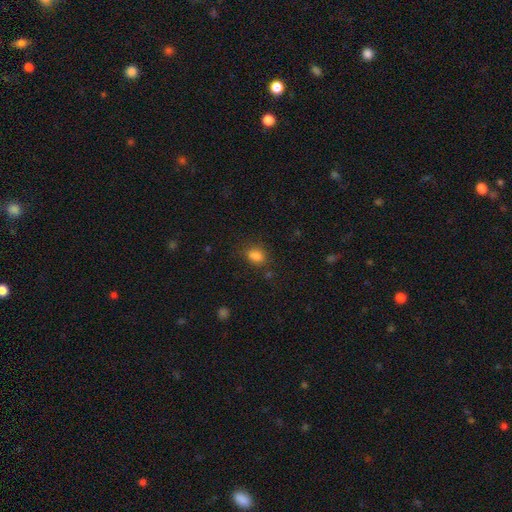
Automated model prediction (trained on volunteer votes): Smooth or featured? smooth (83%)
How rounded? in between (73%)
Merging? none (72%)